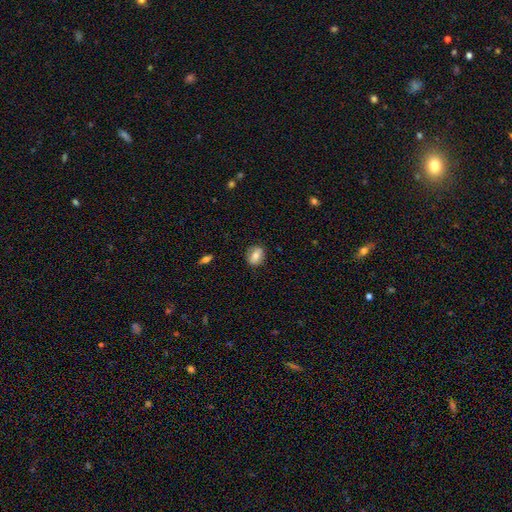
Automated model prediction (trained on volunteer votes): smooth_or_featured: smooth (p=0.72) [alt: featured or disk p=0.20]
how_rounded: in between (p=0.51) [alt: round p=0.48]
merging: none (p=0.83) [alt: minor disturbance p=0.13]